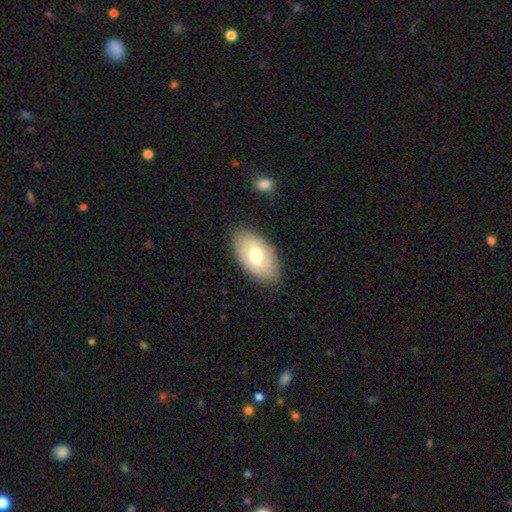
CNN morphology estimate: A smooth galaxy with no disk features (70%) that is in between round and cigar-shaped (94%). Merging: none (84%).